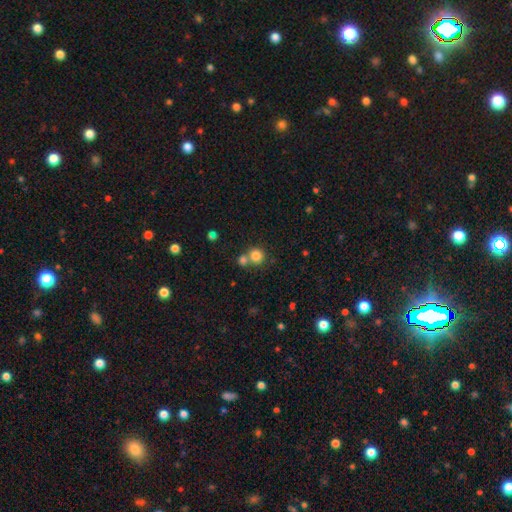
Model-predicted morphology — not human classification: A smooth galaxy with no disk features (82%) that is round (90%). Merging: none (56%).